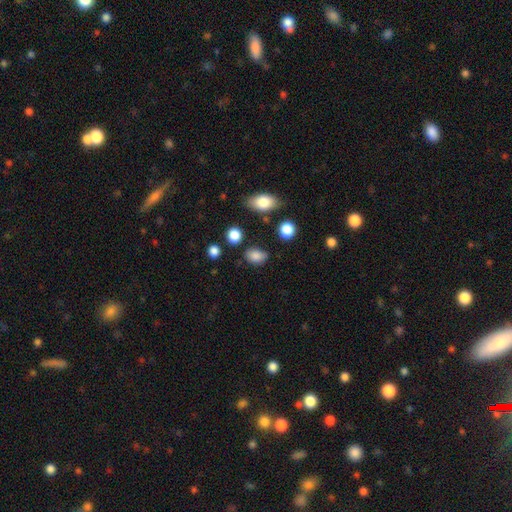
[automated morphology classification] Smooth or featured? smooth (84%)
How rounded? in between (75%)
Merging? none (73%)